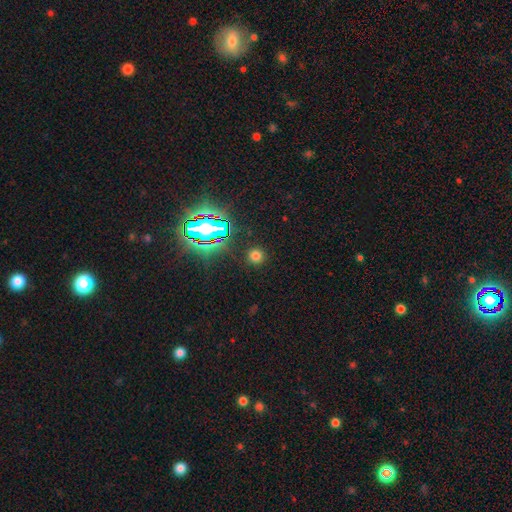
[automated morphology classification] This is likely a smooth galaxy (67%). How rounded: clearly round (93%). Merging: clearly none (90%).